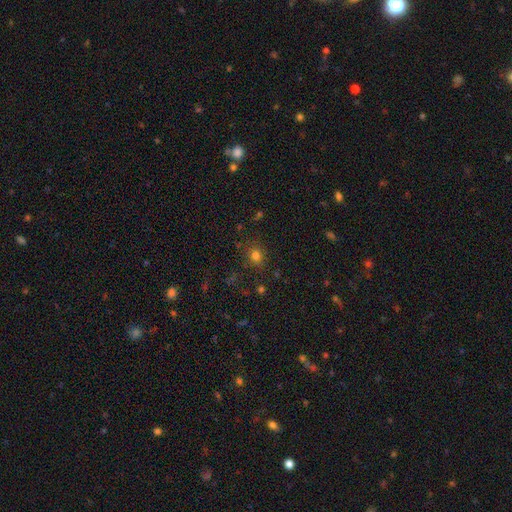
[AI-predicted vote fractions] smooth-or-featured: smooth: 76% | star or artifact: 18% | featured or disk: 6%
  how-rounded: round: 79% | in between: 20% | cigar-shaped: 1%
  merging: none: 84% | minor disturbance: 10% | major disturbance: 4% | merger: 2%